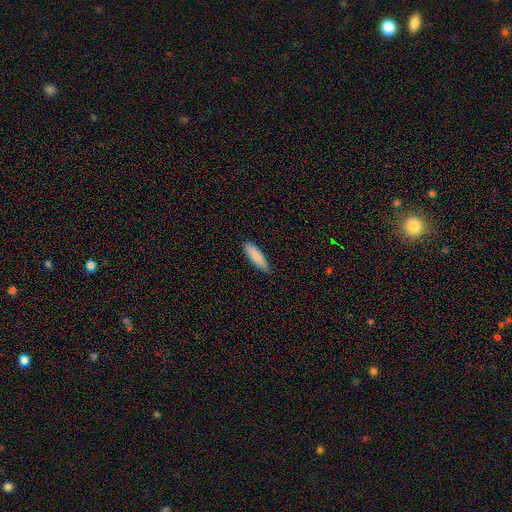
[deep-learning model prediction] Smooth or featured?
  - smooth: 86% *
  - featured or disk: 9%
  - star or artifact: 6%
How rounded?
  - cigar-shaped: 53% *
  - in between: 46%
  - round: 1%
Merging?
  - none: 76% *
  - minor disturbance: 20%
  - major disturbance: 2%
  - merger: 1%